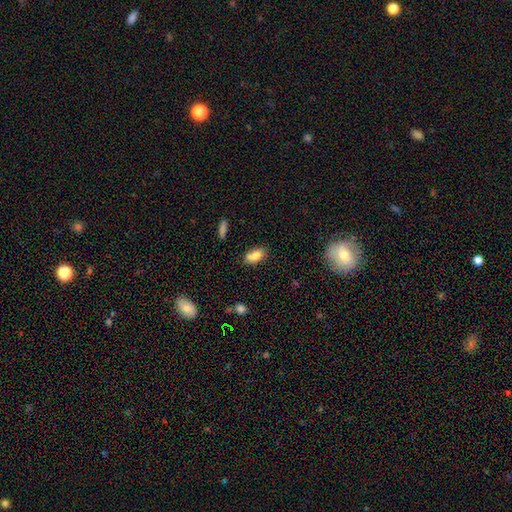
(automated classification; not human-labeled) A smooth galaxy with no disk features (77%) that is in between round and cigar-shaped (87%).

Vote fractions:
- Smooth or featured? smooth: 77% / featured or disk: 14% / star or artifact: 9%
- How rounded? in between: 87% / round: 8% / cigar-shaped: 5%
- Merging? none: 61% / merger: 18% / minor disturbance: 18% / major disturbance: 4%